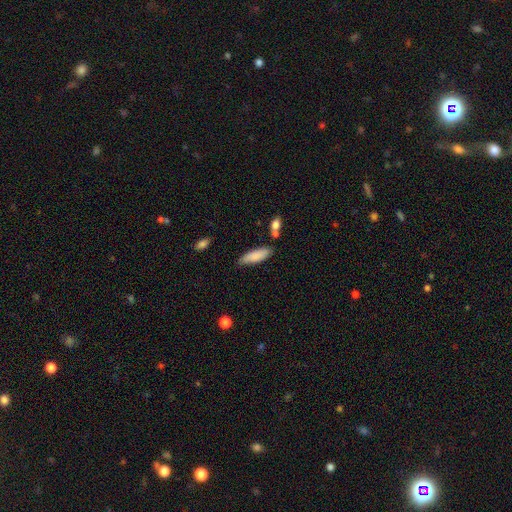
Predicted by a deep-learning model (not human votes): smooth_or_featured: smooth (p=0.85) [alt: featured or disk p=0.09]
how_rounded: in between (p=0.52) [alt: cigar-shaped p=0.46]
merging: none (p=0.74) [alt: minor disturbance p=0.17]